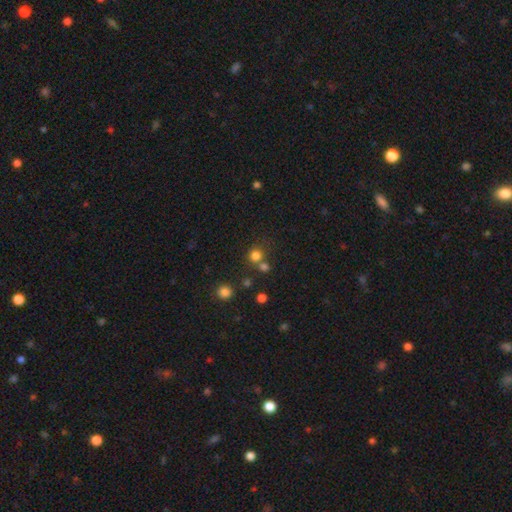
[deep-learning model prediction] Smooth or featured?
  - smooth: 77% *
  - star or artifact: 17%
  - featured or disk: 6%
How rounded?
  - round: 89% *
  - in between: 10%
  - cigar-shaped: 1%
Merging?
  - none: 64% *
  - merger: 24%
  - minor disturbance: 8%
  - major disturbance: 4%